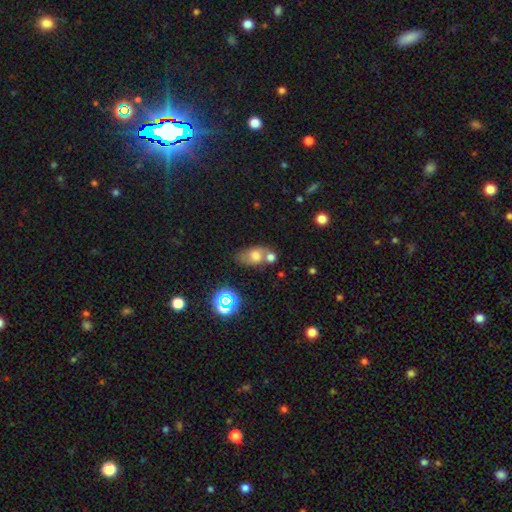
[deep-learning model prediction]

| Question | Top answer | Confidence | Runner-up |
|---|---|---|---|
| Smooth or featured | smooth | 65% | featured or disk (19%) |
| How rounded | in between | 79% | round (18%) |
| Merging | none | 38% | merger (36%) |